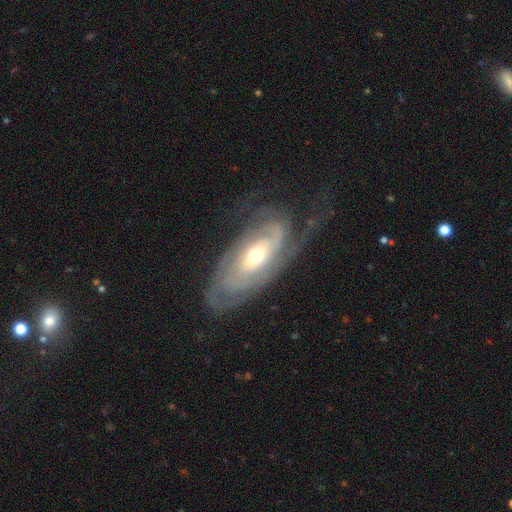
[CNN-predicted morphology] type=featured or disk (81%); edge-on=no (91%); bar=no (71%); spiral arms=yes (88%); winding=tight (65%); arm count=can't tell (40%); bulge=moderate (63%); merging=none (61%).